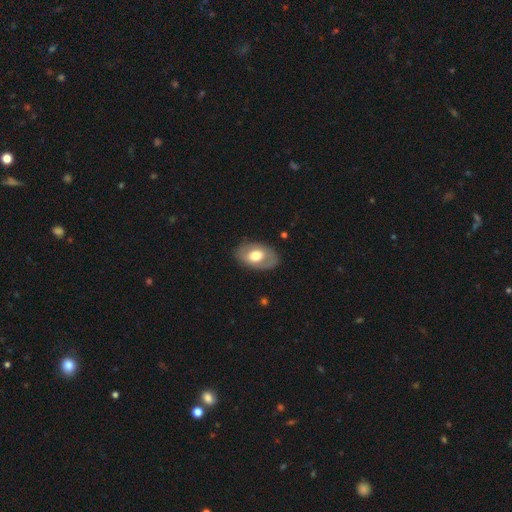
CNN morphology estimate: type=smooth (54%); roundness=in between (88%); merging=none (80%).